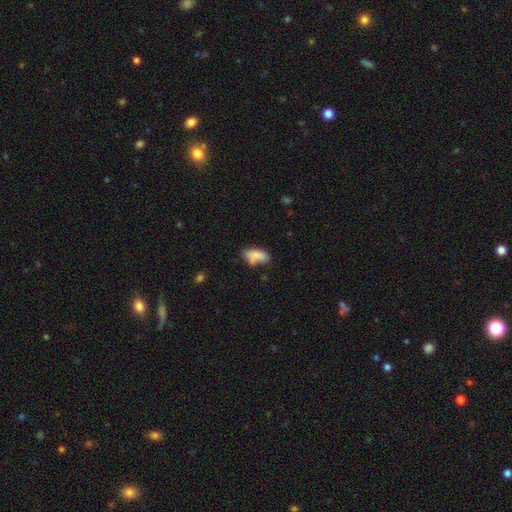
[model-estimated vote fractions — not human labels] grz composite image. It shows a smooth galaxy with no disk features (80%) that is in between round and cigar-shaped (86%). Merging: none (48%).